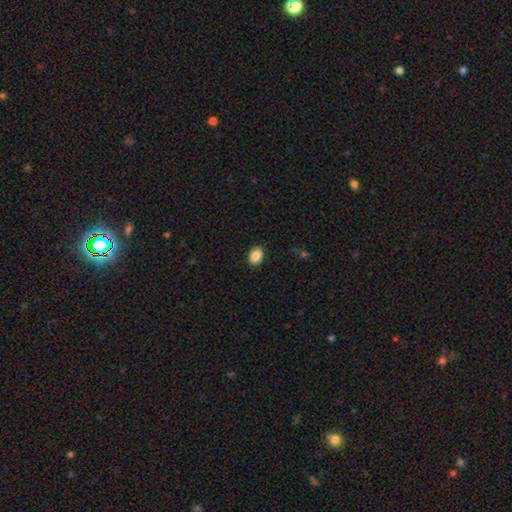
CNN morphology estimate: Smooth or featured: smooth — 88% (star or artifact — 8%)
How rounded: in between — 77% (round — 22%)
Merging: none — 89% (minor disturbance — 8%)